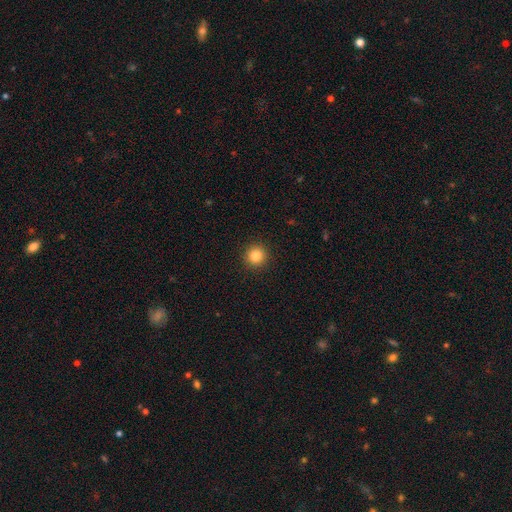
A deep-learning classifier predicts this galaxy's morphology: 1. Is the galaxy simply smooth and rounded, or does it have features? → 84% smooth, 11% star or artifact, 5% featured or disk.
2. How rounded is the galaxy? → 95% round, 4% in between, 1% cigar-shaped.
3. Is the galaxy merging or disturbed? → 93% none, 4% minor disturbance, 2% major disturbance, 1% merger.